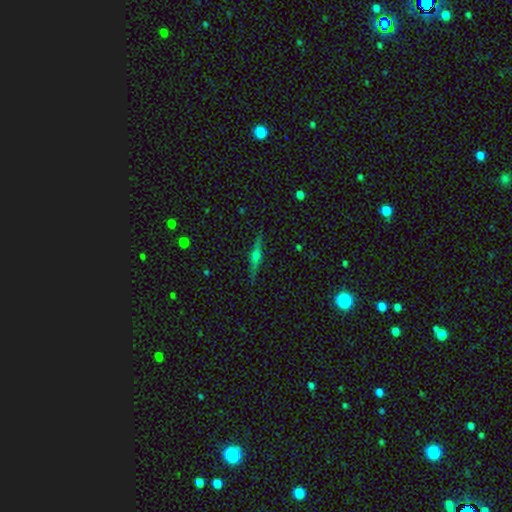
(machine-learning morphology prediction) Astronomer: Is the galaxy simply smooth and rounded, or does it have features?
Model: featured or disk — 71%.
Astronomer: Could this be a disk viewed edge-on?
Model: yes — 97%.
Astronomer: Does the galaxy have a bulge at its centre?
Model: rounded — 90%.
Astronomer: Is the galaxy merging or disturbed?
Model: none — 89%.